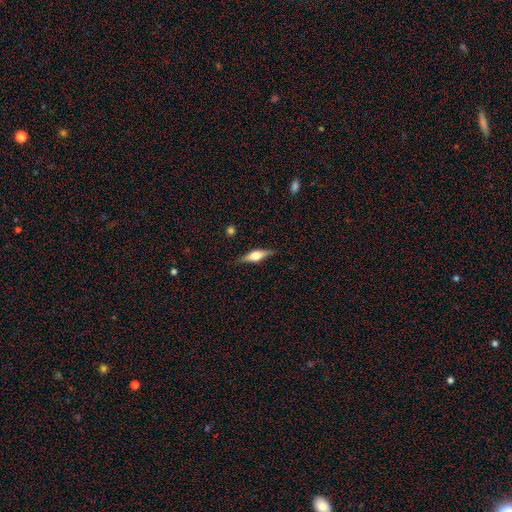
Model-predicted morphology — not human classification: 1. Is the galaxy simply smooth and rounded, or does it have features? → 59% featured or disk, 34% smooth, 6% star or artifact.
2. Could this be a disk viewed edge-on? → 96% yes, 4% no.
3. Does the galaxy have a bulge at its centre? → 90% rounded, 8% boxy, 2% none.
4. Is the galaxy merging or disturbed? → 85% none, 11% minor disturbance, 3% major disturbance, 1% merger.